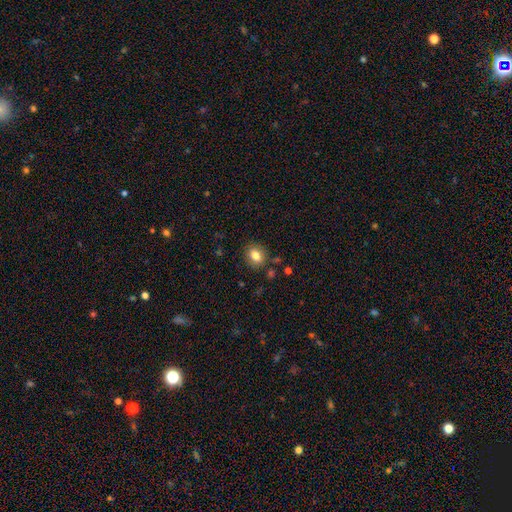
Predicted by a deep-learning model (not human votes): Morphology: type=smooth (82%); roundness=round (54%); merging=none (85%).